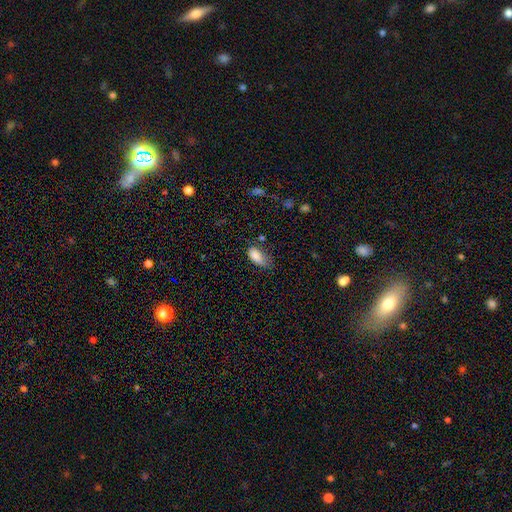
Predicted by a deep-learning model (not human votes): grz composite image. It shows a smooth galaxy with no disk features (84%) that is in between round and cigar-shaped (91%). Merging: none (42%).